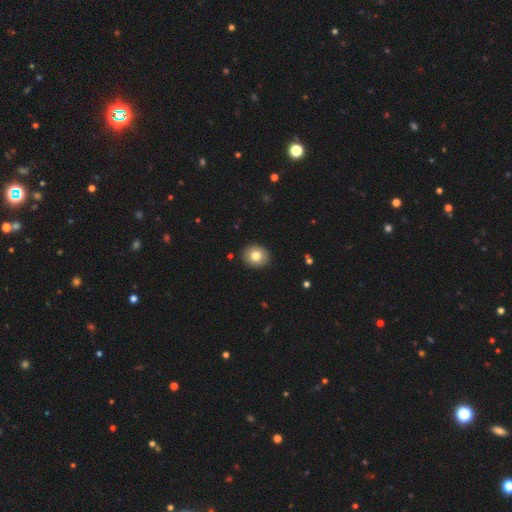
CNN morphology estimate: type=smooth (79%); roundness=round (76%); merging=none (91%).